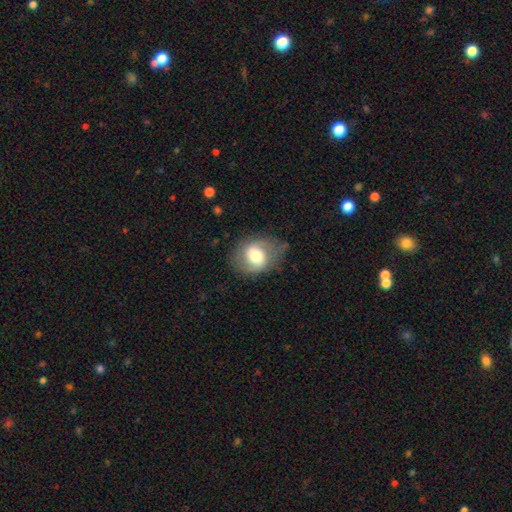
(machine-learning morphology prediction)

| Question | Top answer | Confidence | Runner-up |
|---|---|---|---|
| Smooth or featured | smooth | 56% | featured or disk (36%) |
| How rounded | in between | 55% | round (43%) |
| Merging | none | 65% | minor disturbance (23%) |